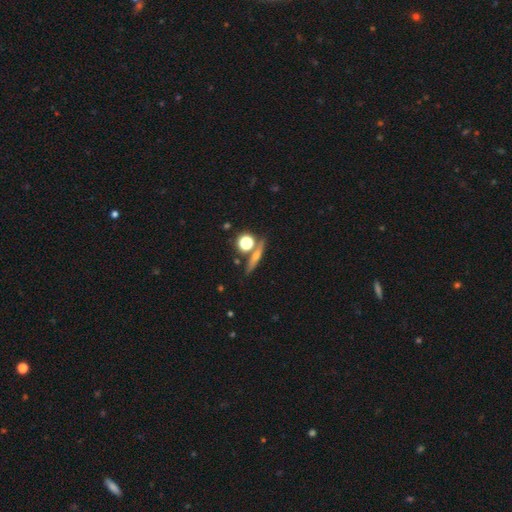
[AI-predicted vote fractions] A featured or disk galaxy (47%). Merging: none (76%).